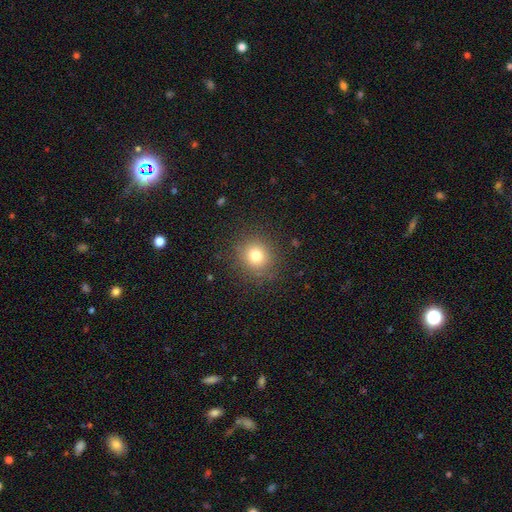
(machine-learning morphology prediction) Smooth or featured: smooth — 77% (star or artifact — 15%)
How rounded: round — 89% (in between — 10%)
Merging: none — 87% (minor disturbance — 8%)